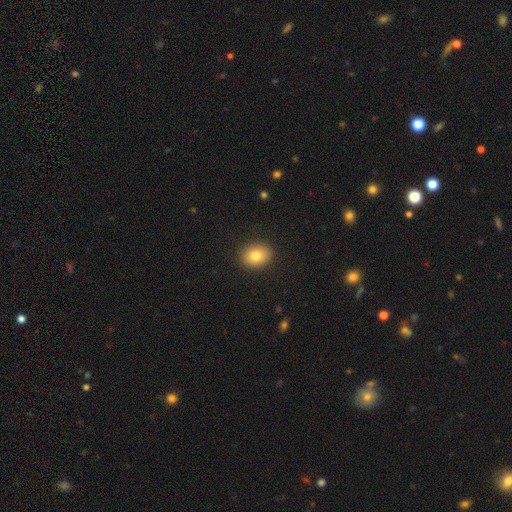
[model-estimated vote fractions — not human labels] Smooth or featured?
  - smooth: 82% *
  - star or artifact: 9%
  - featured or disk: 9%
How rounded?
  - in between: 56% *
  - round: 43%
  - cigar-shaped: 1%
Merging?
  - none: 90% *
  - minor disturbance: 7%
  - major disturbance: 2%
  - merger: 1%